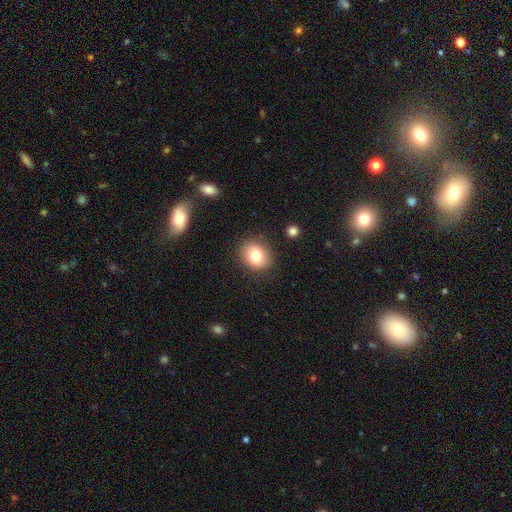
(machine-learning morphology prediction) Q: Smooth or featured?
A: smooth (80%); runner-up: featured or disk (10%)
Q: How rounded?
A: round (61%); runner-up: in between (38%)
Q: Merging?
A: none (86%); runner-up: minor disturbance (9%)